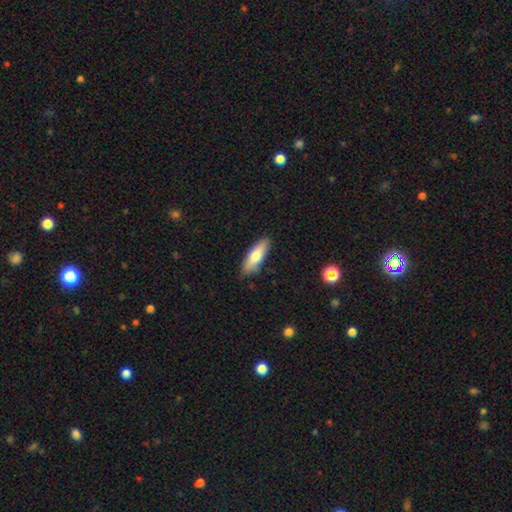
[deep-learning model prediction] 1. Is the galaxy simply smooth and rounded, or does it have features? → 73% smooth, 21% featured or disk, 6% star or artifact.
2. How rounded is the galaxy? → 54% in between, 44% cigar-shaped, 2% round.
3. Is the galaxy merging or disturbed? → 85% none, 12% minor disturbance, 2% major disturbance, 1% merger.